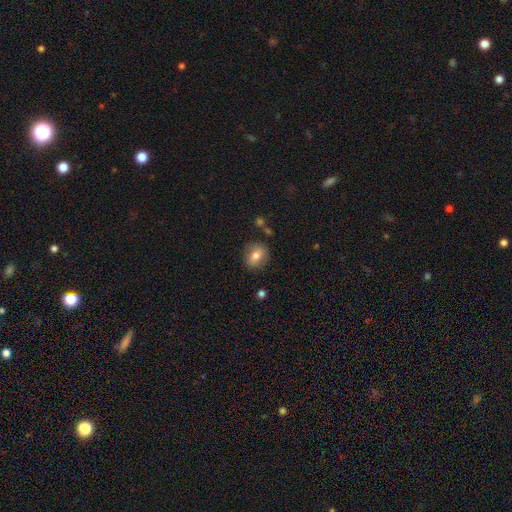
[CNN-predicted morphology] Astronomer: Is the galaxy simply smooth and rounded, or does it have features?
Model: smooth — 75%.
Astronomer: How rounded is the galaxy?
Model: round — 55% (runner-up: in between, 44%).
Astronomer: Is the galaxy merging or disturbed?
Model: none — 79%.